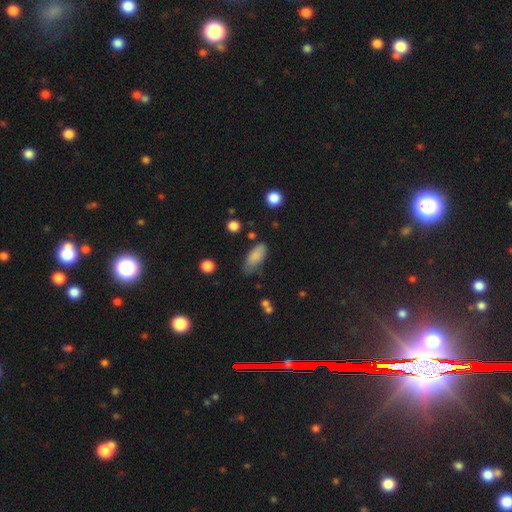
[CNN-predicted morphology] A smooth galaxy with no disk features (84%) that is in between round and cigar-shaped (87%). Merging: none (54%).